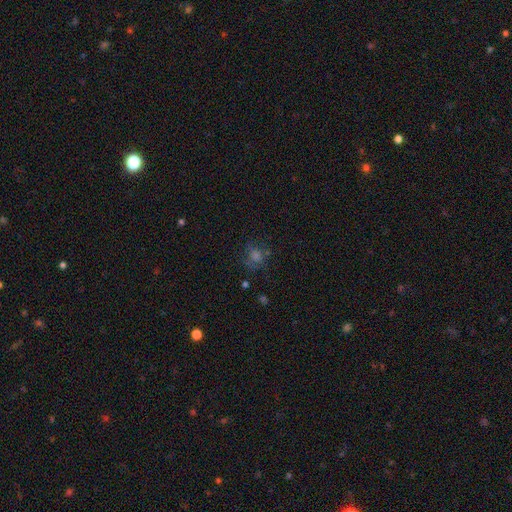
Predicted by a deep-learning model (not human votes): Smooth or featured? Predicted: smooth (p=0.45). Merging? Predicted: none (p=0.68).